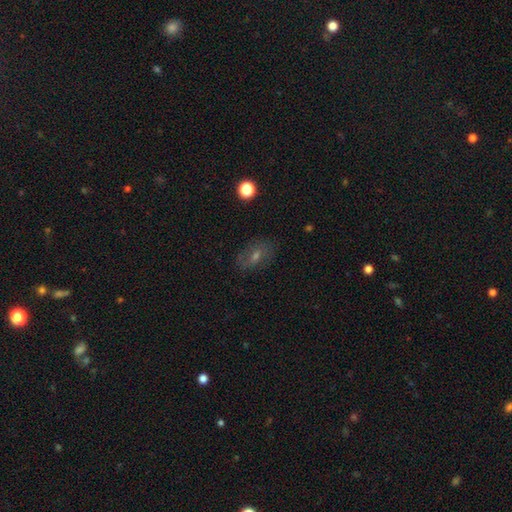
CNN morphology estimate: This is marginally a smooth galaxy (40%). Merging: likely none (79%).